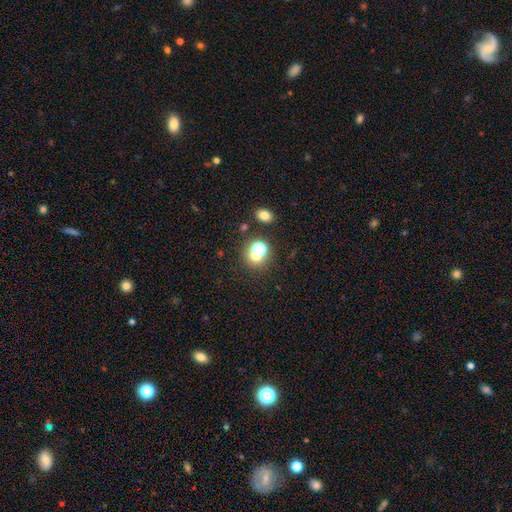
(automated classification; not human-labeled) The model was most divided on "merging": none: 55%, merger: 32%, minor disturbance: 8%, major disturbance: 5%. More confident: how rounded — round (79%); smooth or featured — smooth (62%).